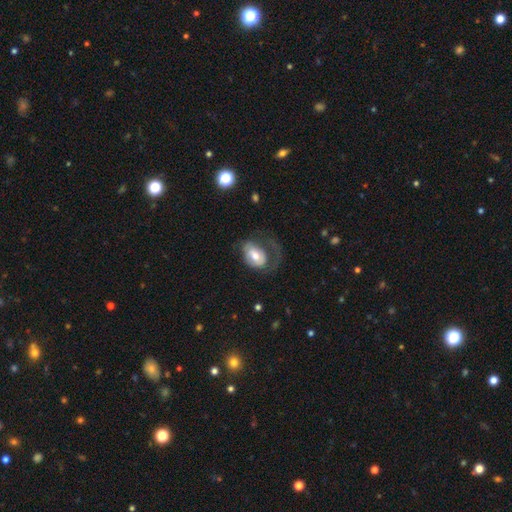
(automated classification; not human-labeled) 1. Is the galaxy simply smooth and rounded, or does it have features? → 54% smooth, 39% featured or disk, 7% star or artifact.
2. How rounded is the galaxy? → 76% in between, 22% round, 1% cigar-shaped.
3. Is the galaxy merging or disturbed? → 46% major disturbance, 31% none, 20% minor disturbance, 2% merger.